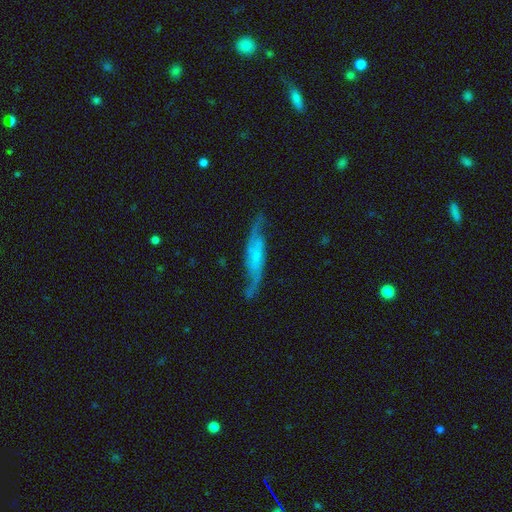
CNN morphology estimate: Smooth or featured?
  - featured or disk: 78% *
  - smooth: 16%
  - star or artifact: 6%
Edge-on disk?
  - no: 74% *
  - yes: 26%
Bar?
  - no: 56% *
  - weak: 32%
  - strong: 11%
Spiral arms?
  - yes: 93% *
  - no: 7%
Spiral winding?
  - loose: 66% *
  - medium: 25%
  - tight: 9%
Spiral arm count?
  - 2: 90% *
  - can't tell: 5%
  - 1: 2%
  - 3: 1%
  - 4: 1%
  - more than 4: 1%
Bulge size?
  - small: 64% *
  - none: 18%
  - moderate: 15%
  - large: 2%
  - dominant: 1%
Merging?
  - none: 69% *
  - minor disturbance: 20%
  - major disturbance: 9%
  - merger: 2%